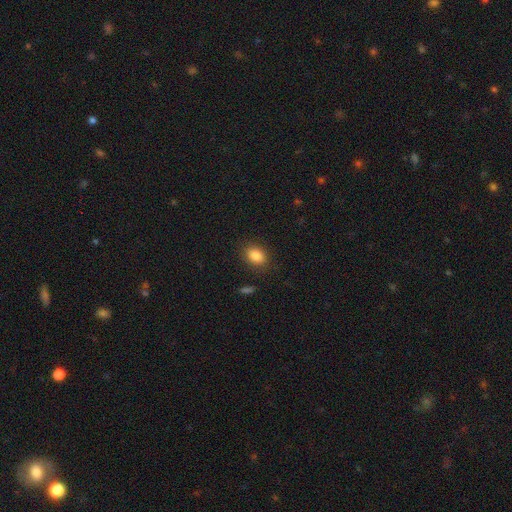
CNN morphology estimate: Smooth or featured?
  - smooth: 85% *
  - star or artifact: 9%
  - featured or disk: 6%
How rounded?
  - in between: 67% *
  - round: 32%
  - cigar-shaped: 1%
Merging?
  - none: 85% *
  - minor disturbance: 10%
  - major disturbance: 3%
  - merger: 1%